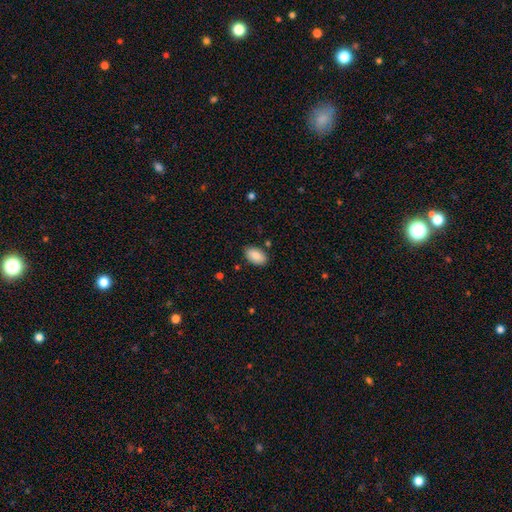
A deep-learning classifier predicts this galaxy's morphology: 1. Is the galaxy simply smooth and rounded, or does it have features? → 88% smooth, 7% star or artifact, 5% featured or disk.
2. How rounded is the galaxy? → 94% in between, 4% round, 1% cigar-shaped.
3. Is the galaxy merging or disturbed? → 84% none, 11% minor disturbance, 2% major disturbance, 2% merger.